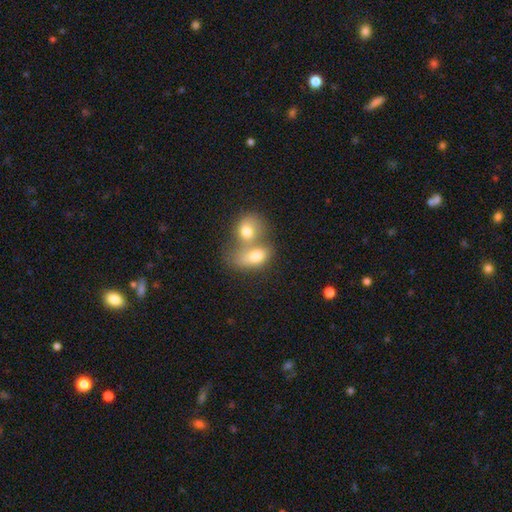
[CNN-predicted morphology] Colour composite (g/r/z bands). It shows a smooth galaxy with no disk features (74%) that is in between round and cigar-shaped (72%). Merging: merger (72%).